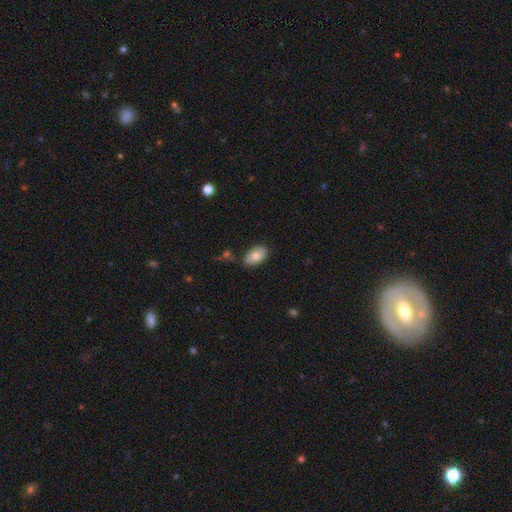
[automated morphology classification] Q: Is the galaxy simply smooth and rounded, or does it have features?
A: smooth — 77%.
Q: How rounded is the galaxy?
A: in between — 91%.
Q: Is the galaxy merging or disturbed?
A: none — 77%.